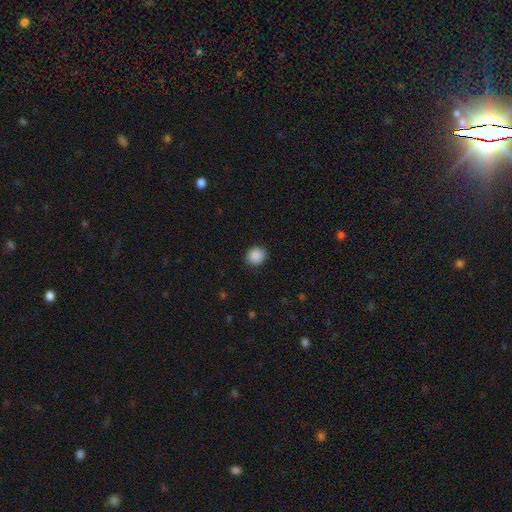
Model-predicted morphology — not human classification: This is clearly a smooth galaxy (89%). How rounded: likely round (76%). Merging: clearly none (89%).